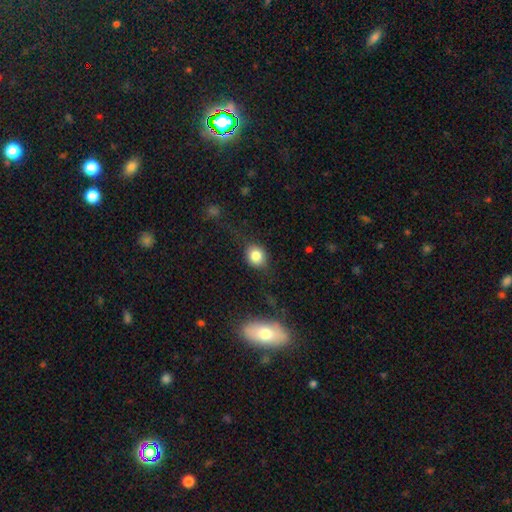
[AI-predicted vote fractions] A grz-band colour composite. It shows a smooth galaxy with no disk features (80%) that is round (66%). Merging: none (75%).